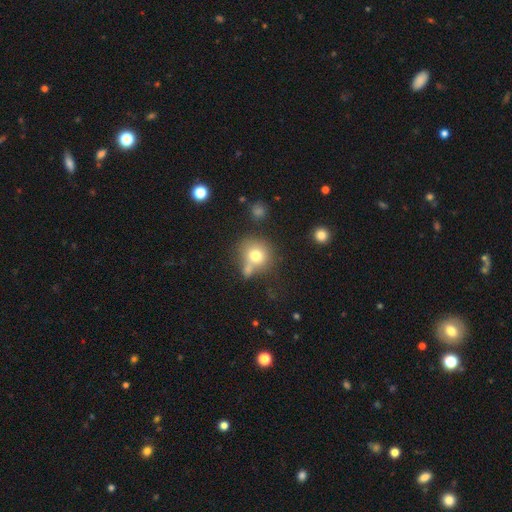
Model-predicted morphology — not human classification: smooth_or_featured: smooth (p=0.74) [alt: featured or disk p=0.14]
how_rounded: round (p=0.85) [alt: in between p=0.14]
merging: none (p=0.52) [alt: merger p=0.25]